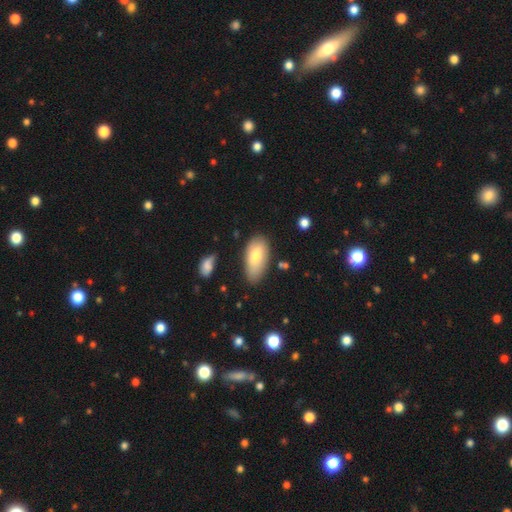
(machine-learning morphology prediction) The model was most divided on "merging": none: 68%, minor disturbance: 23%, major disturbance: 5%, merger: 3%. More confident: how rounded — in between (93%); smooth or featured — smooth (72%).